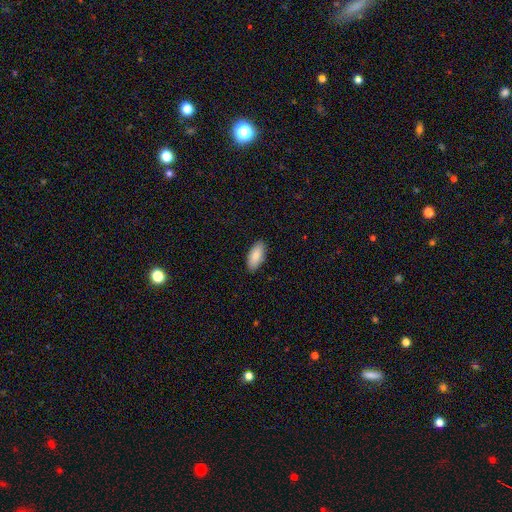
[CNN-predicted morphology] type=smooth (87%); roundness=in between (90%); merging=none (89%).